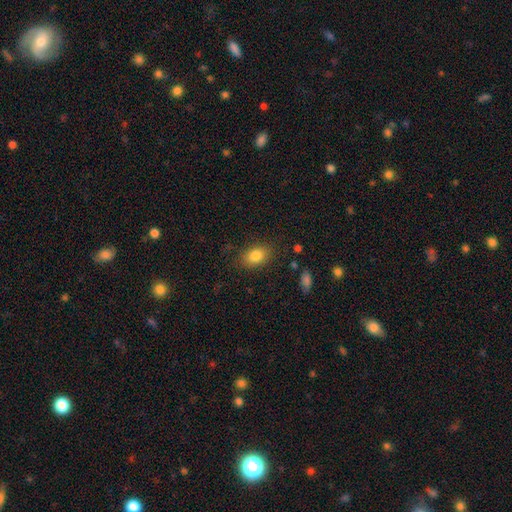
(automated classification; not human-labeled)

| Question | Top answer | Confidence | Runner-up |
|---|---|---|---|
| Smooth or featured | smooth | 83% | star or artifact (9%) |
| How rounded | in between | 80% | round (19%) |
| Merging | none | 83% | minor disturbance (12%) |